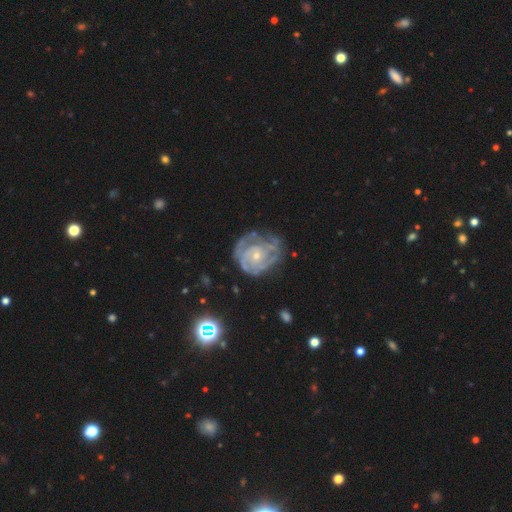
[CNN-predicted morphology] Smooth or featured? featured or disk (84%)
Edge-on disk? no (98%)
Bar? no (79%)
Spiral arms? yes (89%)
Spiral winding? tight (69%)
Spiral arm count? can't tell (41%)
Bulge size? small (72%)
Merging? none (61%)